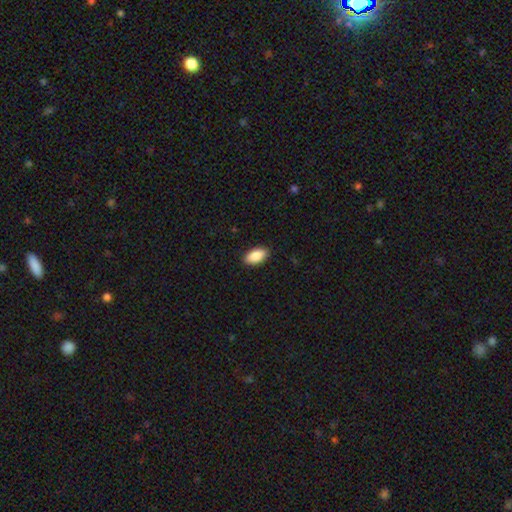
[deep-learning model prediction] Smooth or featured? Predicted: smooth (p=0.89). How rounded? Predicted: in between (p=0.94). Merging? Predicted: none (p=0.89).